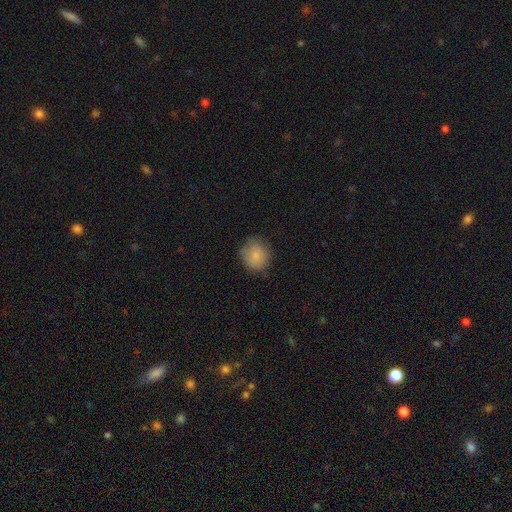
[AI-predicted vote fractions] Smooth or featured?
  - smooth: 83% *
  - featured or disk: 9%
  - star or artifact: 8%
How rounded?
  - round: 83% *
  - in between: 16%
  - cigar-shaped: 1%
Merging?
  - none: 75% *
  - minor disturbance: 19%
  - major disturbance: 5%
  - merger: 1%